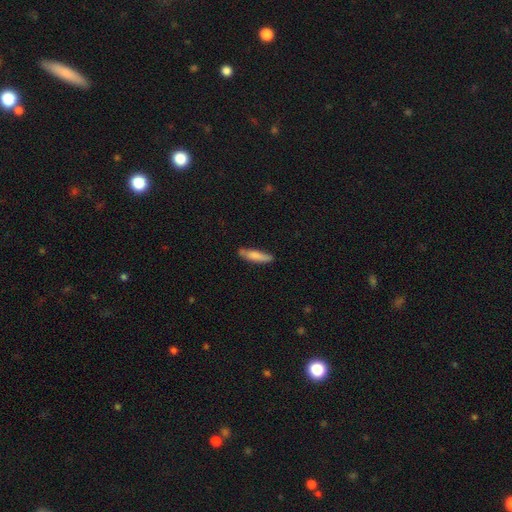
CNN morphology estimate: smooth-or-featured: smooth: 78% | featured or disk: 17% | star or artifact: 6%
  how-rounded: cigar-shaped: 80% | in between: 19% | round: 1%
  merging: none: 74% | minor disturbance: 19% | major disturbance: 3% | merger: 3%